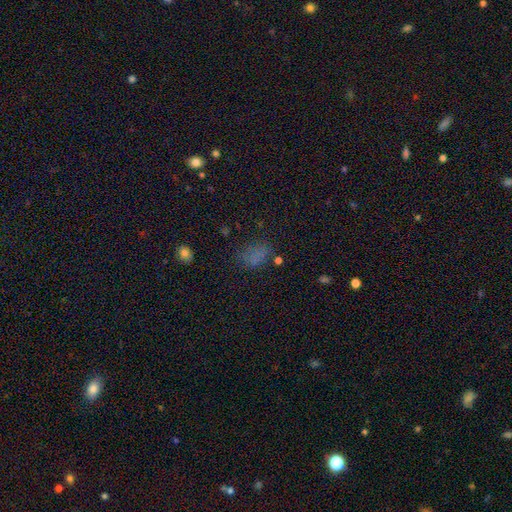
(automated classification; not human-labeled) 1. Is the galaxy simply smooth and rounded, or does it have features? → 65% smooth, 24% star or artifact, 11% featured or disk.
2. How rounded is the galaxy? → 80% in between, 17% round, 2% cigar-shaped.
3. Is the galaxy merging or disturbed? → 61% none, 22% minor disturbance, 13% major disturbance, 4% merger.